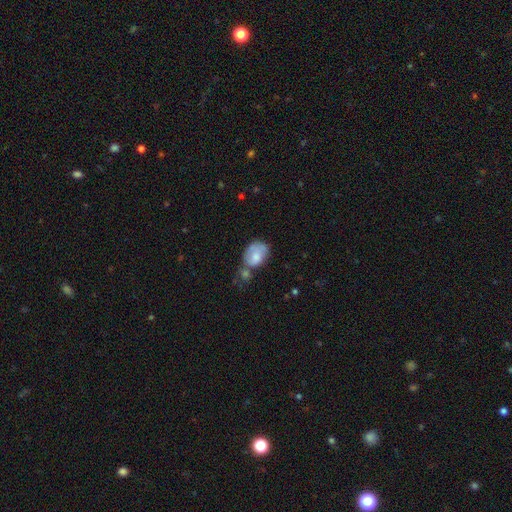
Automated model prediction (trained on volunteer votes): smooth_or_featured: smooth (p=0.69) [alt: featured or disk p=0.24]
how_rounded: in between (p=0.73) [alt: round p=0.26]
merging: none (p=0.31) [alt: minor disturbance p=0.27]